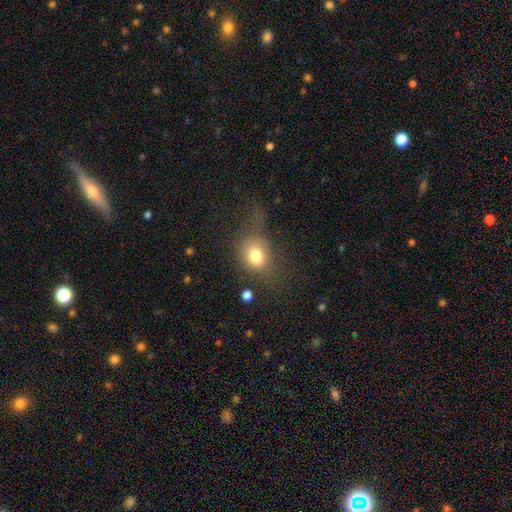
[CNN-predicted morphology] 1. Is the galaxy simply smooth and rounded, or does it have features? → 77% smooth, 12% featured or disk, 11% star or artifact.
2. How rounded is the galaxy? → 51% round, 47% in between, 2% cigar-shaped.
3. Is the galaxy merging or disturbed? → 45% none, 29% major disturbance, 22% minor disturbance, 4% merger.